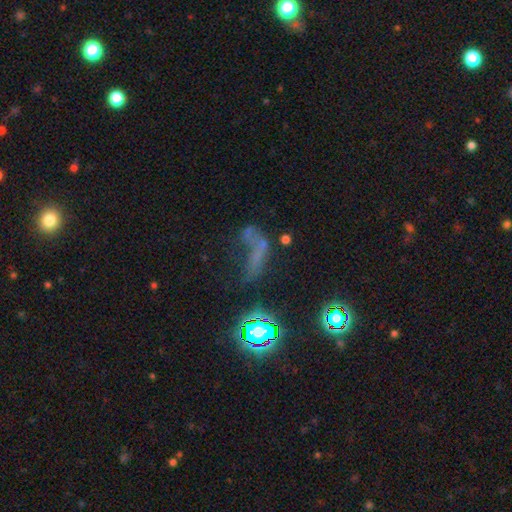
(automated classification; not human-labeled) This appears to be a star or artifact, not a galaxy (43%).